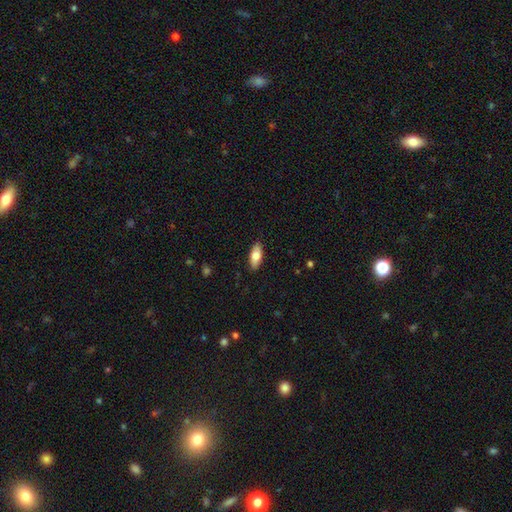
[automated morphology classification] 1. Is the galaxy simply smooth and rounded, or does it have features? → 76% smooth, 18% featured or disk, 6% star or artifact.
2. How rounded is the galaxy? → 80% in between, 18% cigar-shaped, 2% round.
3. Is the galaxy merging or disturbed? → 88% none, 9% minor disturbance, 2% major disturbance, 1% merger.